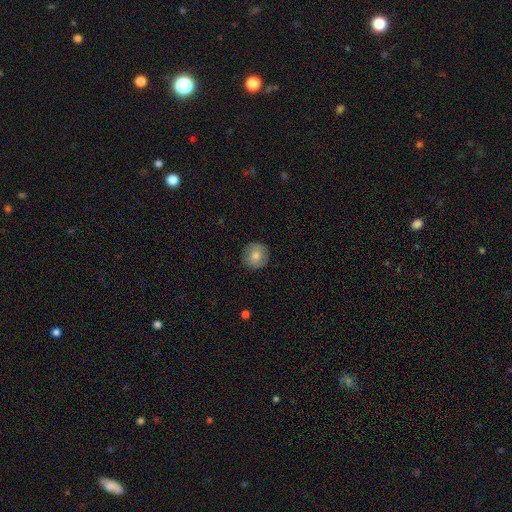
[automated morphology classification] Overall: smooth (75%). How rounded: round (93%). Merging: none (89%).